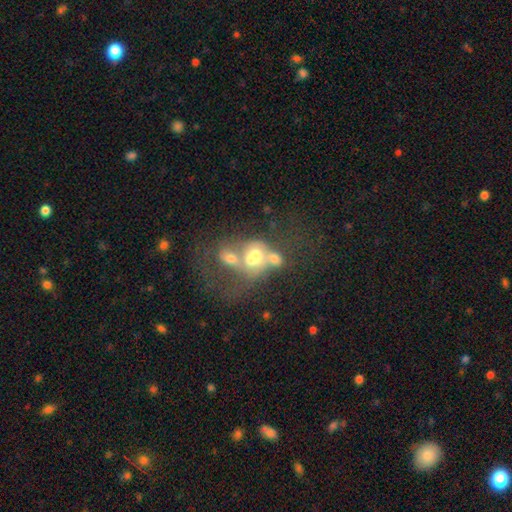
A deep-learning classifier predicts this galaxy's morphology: This is possibly a featured or disk galaxy (46%). Merging: likely merger (69%).